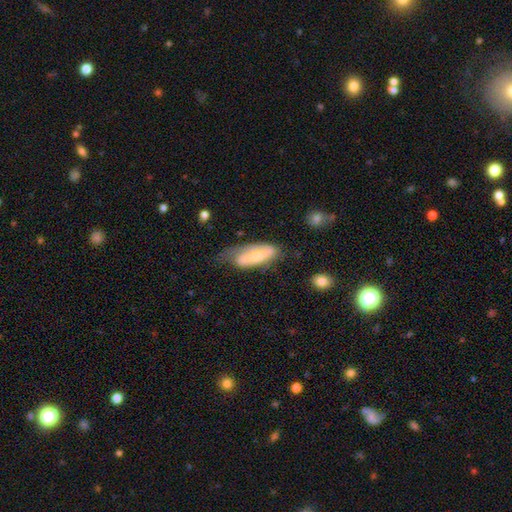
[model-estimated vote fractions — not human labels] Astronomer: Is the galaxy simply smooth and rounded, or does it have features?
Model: smooth — 50% (runner-up: featured or disk, 44%).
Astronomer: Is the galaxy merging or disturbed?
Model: none — 43% (runner-up: minor disturbance, 34%).